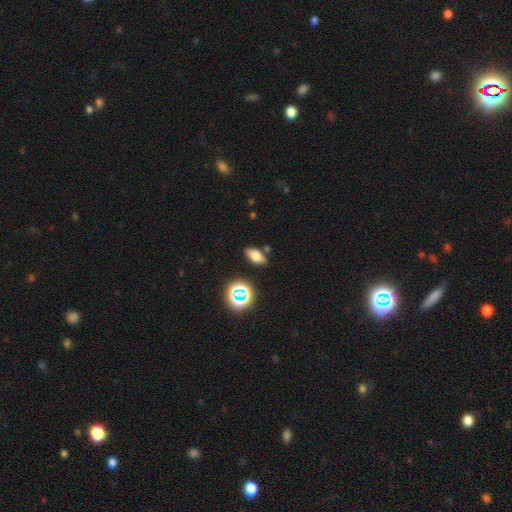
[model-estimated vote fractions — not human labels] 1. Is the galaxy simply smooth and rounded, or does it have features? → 70% smooth, 17% star or artifact, 13% featured or disk.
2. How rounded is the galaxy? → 85% in between, 8% round, 7% cigar-shaped.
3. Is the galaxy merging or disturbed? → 81% none, 12% minor disturbance, 4% merger, 3% major disturbance.